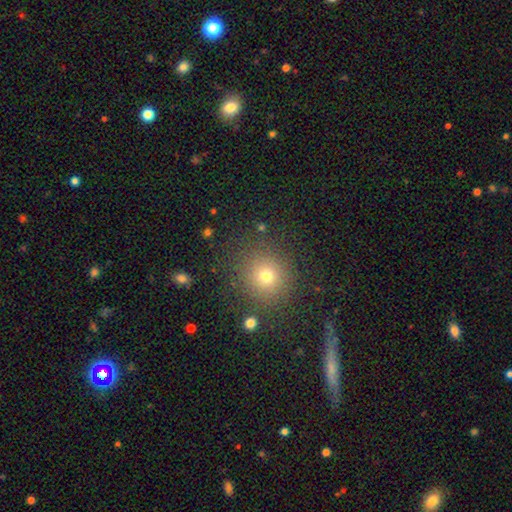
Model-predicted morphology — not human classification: type=smooth (57%); roundness=round (92%); merging=none (88%).